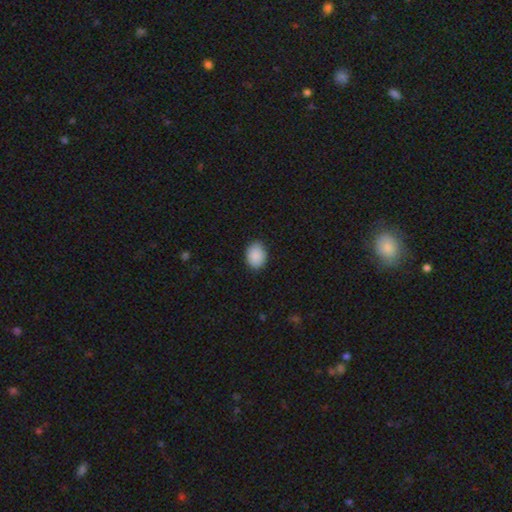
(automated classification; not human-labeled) Overall: smooth (89%). How rounded: in between (57%; round 43%). Merging: none (84%).